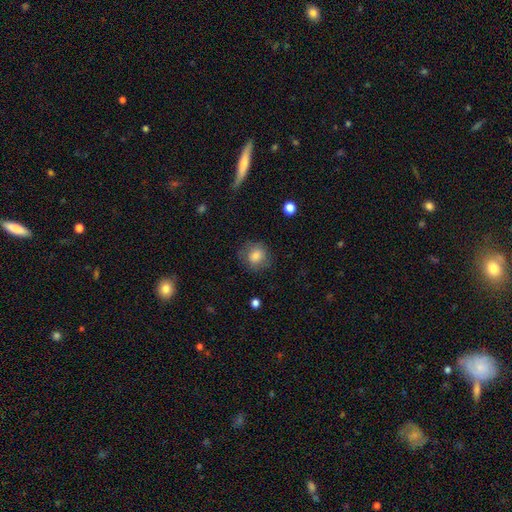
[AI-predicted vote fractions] Smooth or featured? smooth (79%)
How rounded? round (79%)
Merging? none (74%)